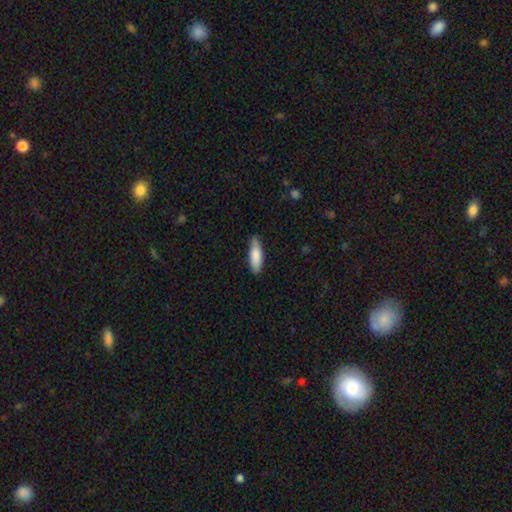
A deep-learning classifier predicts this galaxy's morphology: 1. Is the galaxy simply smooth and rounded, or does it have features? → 83% smooth, 11% featured or disk, 5% star or artifact.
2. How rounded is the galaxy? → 50% cigar-shaped, 48% in between, 2% round.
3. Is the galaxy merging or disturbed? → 83% none, 13% minor disturbance, 2% major disturbance, 1% merger.